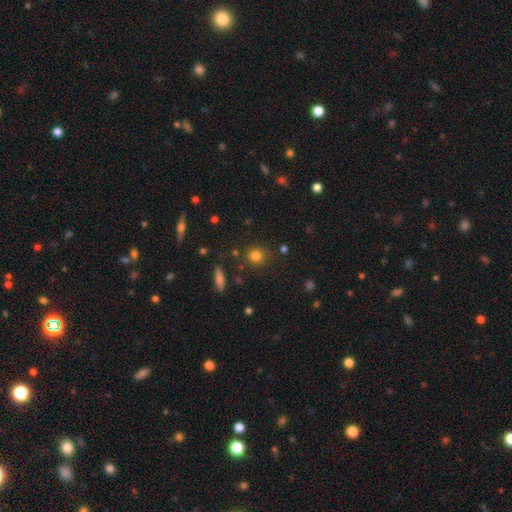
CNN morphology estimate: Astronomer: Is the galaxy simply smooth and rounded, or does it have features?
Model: smooth — 79%.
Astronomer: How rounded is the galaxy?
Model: round — 88%.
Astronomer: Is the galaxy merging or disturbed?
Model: none — 83%.